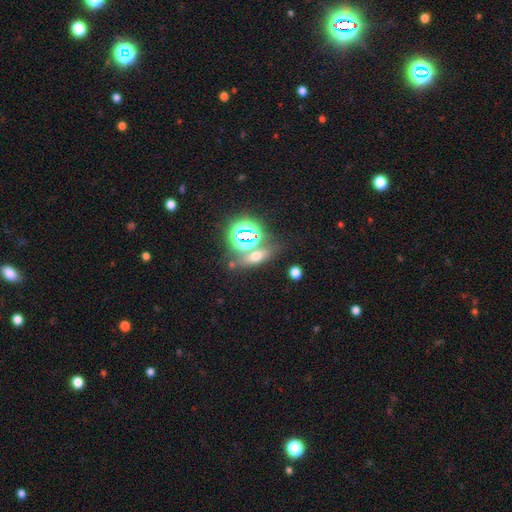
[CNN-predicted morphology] This is possibly a smooth galaxy (50%). Merging: likely none (65%).